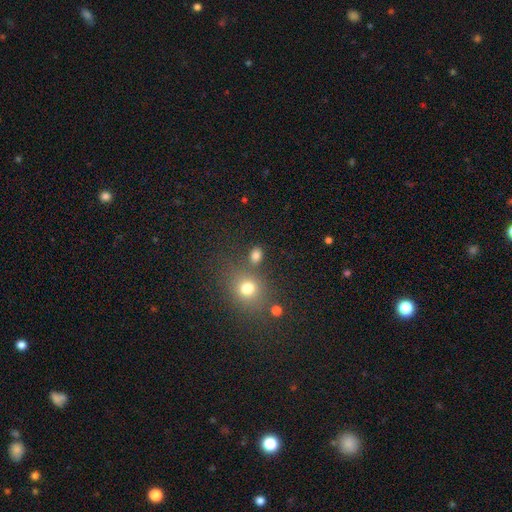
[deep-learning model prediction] The model was most divided on "how rounded": in between: 54%, round: 45%, cigar-shaped: 2%. More confident: smooth or featured — smooth (78%); merging — none (72%).